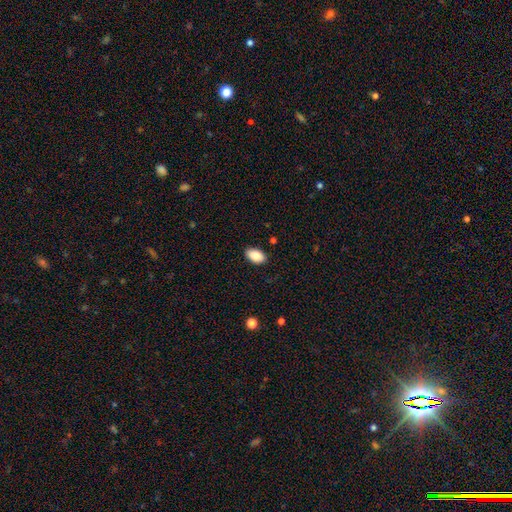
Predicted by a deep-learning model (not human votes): A smooth galaxy with no disk features (86%) that is in between round and cigar-shaped (94%).

Vote fractions:
- Smooth or featured? smooth: 86% / star or artifact: 7% / featured or disk: 6%
- How rounded? in between: 94% / round: 4% / cigar-shaped: 2%
- Merging? none: 88% / minor disturbance: 9% / major disturbance: 2% / merger: 1%